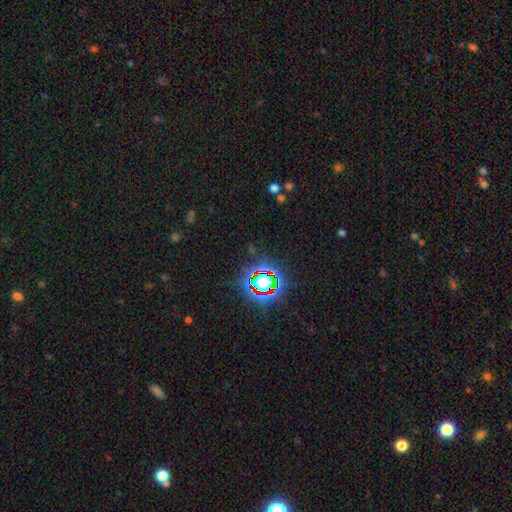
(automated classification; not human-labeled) This appears to be a star or artifact, not a galaxy (78%).